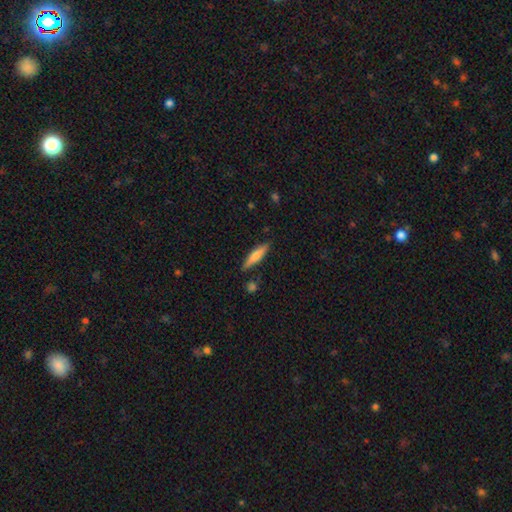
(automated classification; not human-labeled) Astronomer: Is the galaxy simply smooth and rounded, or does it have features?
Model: smooth — 67%.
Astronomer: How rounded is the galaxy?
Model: cigar-shaped — 81%.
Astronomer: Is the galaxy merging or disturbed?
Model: none — 83%.